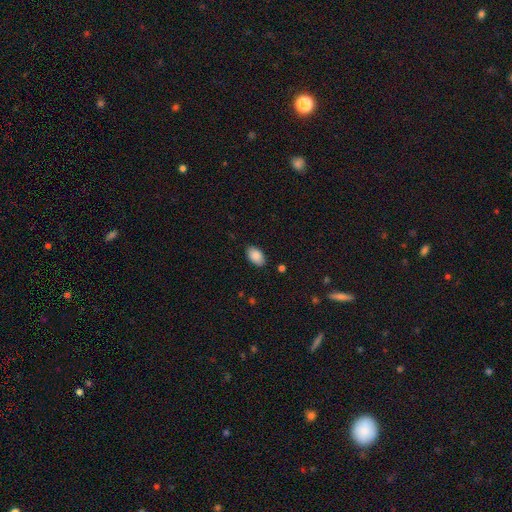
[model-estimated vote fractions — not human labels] Overall: smooth (88%). How rounded: in between (93%). Merging: none (85%).